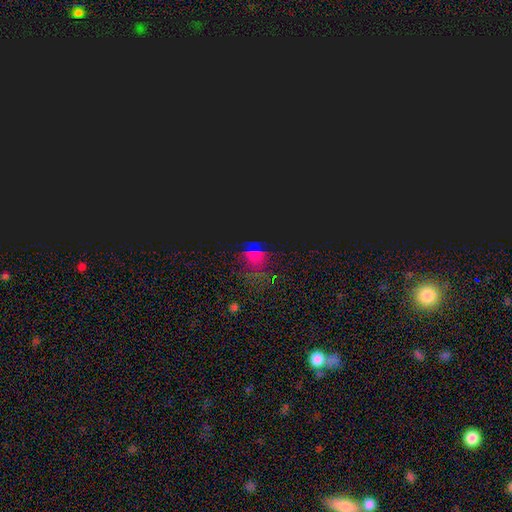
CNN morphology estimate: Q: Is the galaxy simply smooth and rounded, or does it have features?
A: star or artifact — 63%.